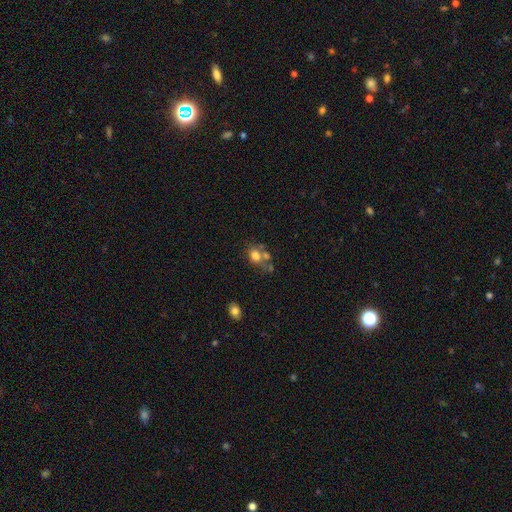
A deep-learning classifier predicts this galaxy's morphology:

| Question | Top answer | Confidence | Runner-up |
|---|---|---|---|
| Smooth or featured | smooth | 71% | featured or disk (17%) |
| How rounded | round | 50% | in between (49%) |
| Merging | none | 39% | merger (36%) |